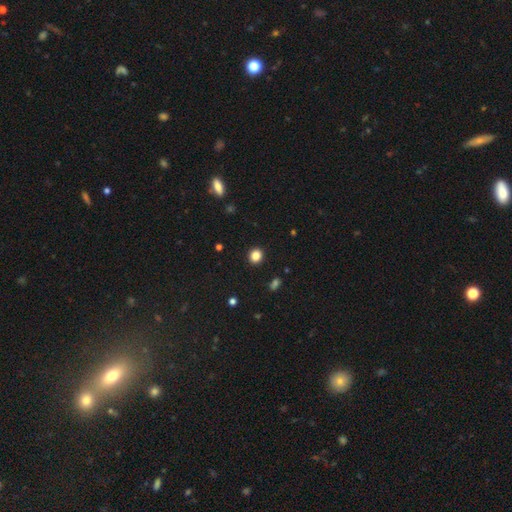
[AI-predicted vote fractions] Smooth or featured?
  - smooth: 85% *
  - star or artifact: 12%
  - featured or disk: 4%
How rounded?
  - round: 81% *
  - in between: 18%
  - cigar-shaped: 1%
Merging?
  - none: 92% *
  - minor disturbance: 5%
  - major disturbance: 2%
  - merger: 1%